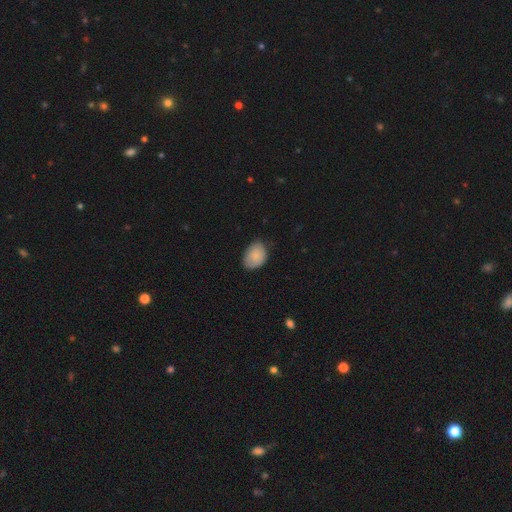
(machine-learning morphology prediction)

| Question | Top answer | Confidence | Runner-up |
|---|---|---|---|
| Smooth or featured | smooth | 83% | featured or disk (10%) |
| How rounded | in between | 76% | round (23%) |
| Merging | none | 68% | minor disturbance (27%) |